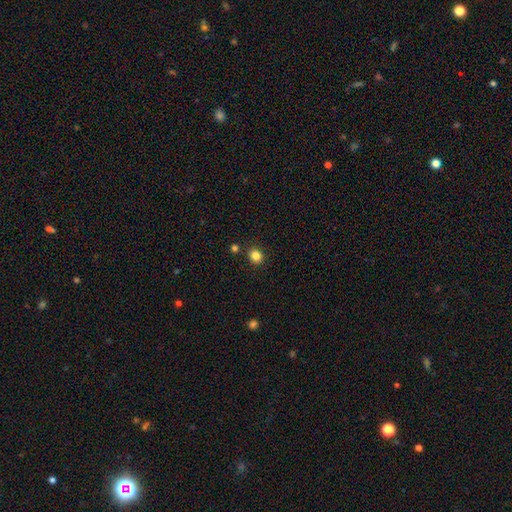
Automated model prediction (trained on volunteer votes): Morphology: type=smooth (83%); roundness=round (76%); merging=none (88%).